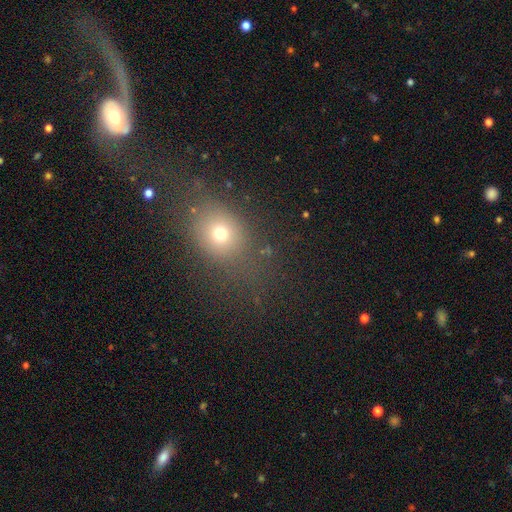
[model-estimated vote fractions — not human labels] Smooth or featured?
  - smooth: 57% *
  - star or artifact: 27%
  - featured or disk: 16%
How rounded?
  - round: 59% *
  - in between: 38%
  - cigar-shaped: 3%
Merging?
  - none: 60% *
  - merger: 16%
  - minor disturbance: 12%
  - major disturbance: 12%